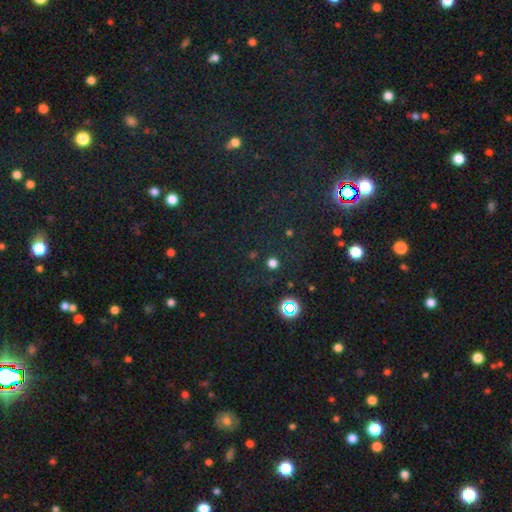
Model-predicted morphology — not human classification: Smooth or featured? star or artifact (71%)